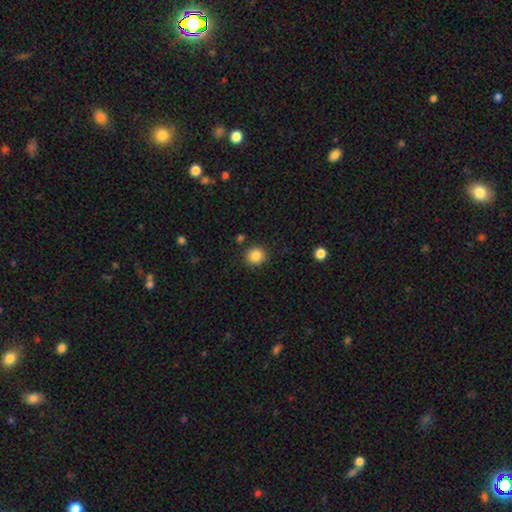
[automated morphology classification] A smooth galaxy with no disk features (86%) that is round (90%). Merging: none (89%).